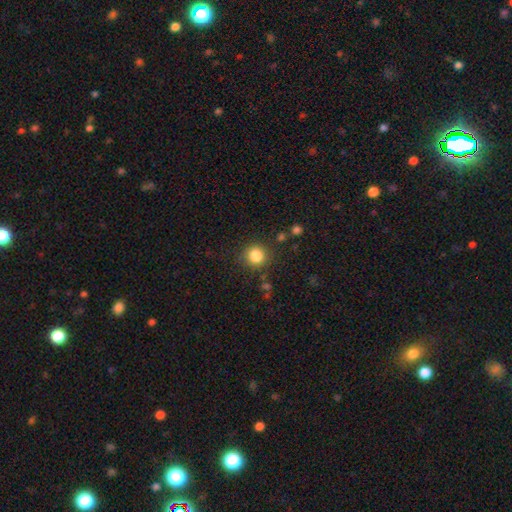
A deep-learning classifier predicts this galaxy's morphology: This is clearly a smooth galaxy (83%). How rounded: clearly round (92%). Merging: clearly none (85%).